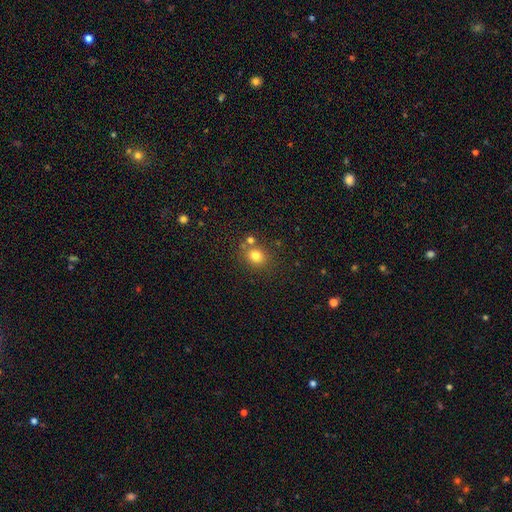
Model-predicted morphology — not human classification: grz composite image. It shows a smooth galaxy with no disk features (79%) that is round (69%). Merging: none (69%).